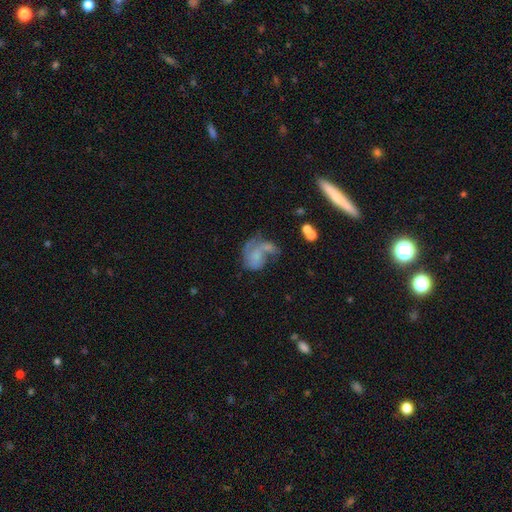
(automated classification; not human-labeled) Q: Smooth or featured?
A: featured or disk (53%); runner-up: smooth (36%)
Q: Edge-on disk?
A: no (98%); runner-up: yes (2%)
Q: Bar?
A: no (77%); runner-up: weak (19%)
Q: Spiral arms?
A: yes (64%); runner-up: no (36%)
Q: Bulge size?
A: none (49%); runner-up: small (28%)
Q: Merging?
A: major disturbance (31%); tied with: merger (31%)